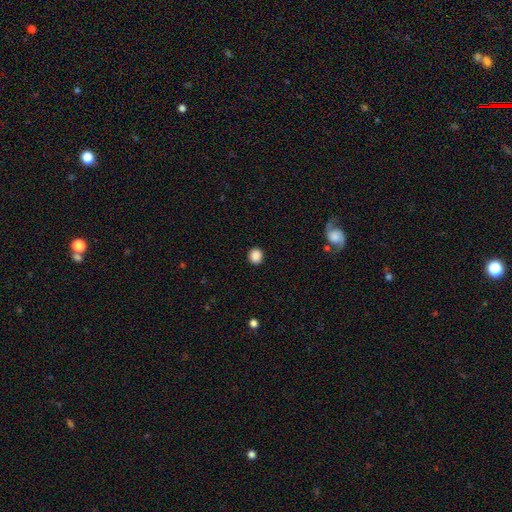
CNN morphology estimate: The model was most divided on "how rounded": round: 81%, in between: 18%, cigar-shaped: 1%. More confident: merging — none (92%); smooth or featured — smooth (89%).